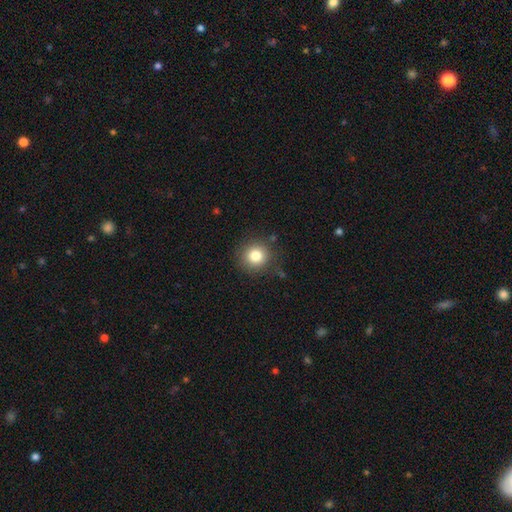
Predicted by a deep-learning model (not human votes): smooth 82%, star or artifact 11%, featured or disk 7%. Down the decision tree: how rounded — round (91%); merging — none (86%).